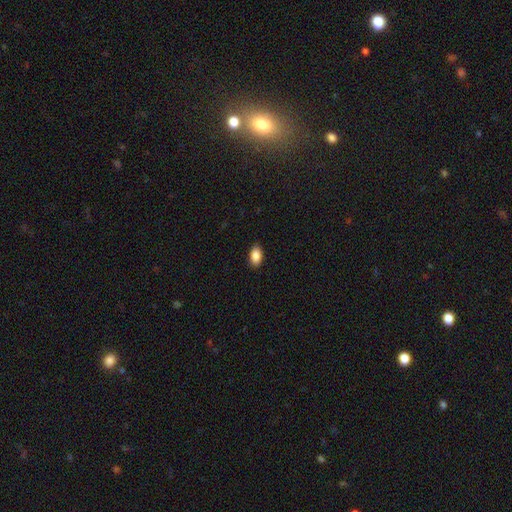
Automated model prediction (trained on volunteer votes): Overall: smooth (88%). How rounded: in between (92%). Merging: none (88%).